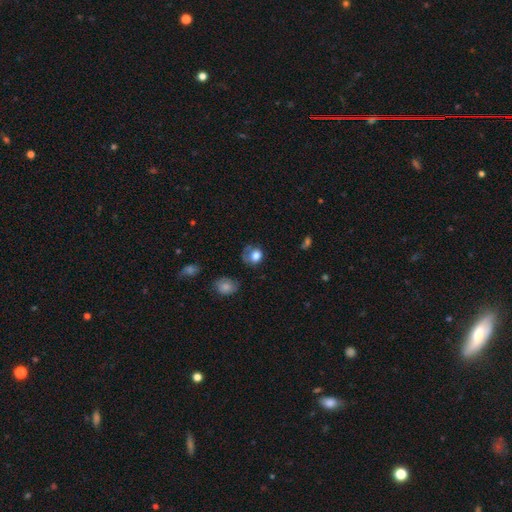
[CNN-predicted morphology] smooth-or-featured: smooth: 74% | featured or disk: 16% | star or artifact: 10%
  how-rounded: round: 68% | in between: 31% | cigar-shaped: 1%
  merging: none: 45% | minor disturbance: 28% | major disturbance: 24% | merger: 4%